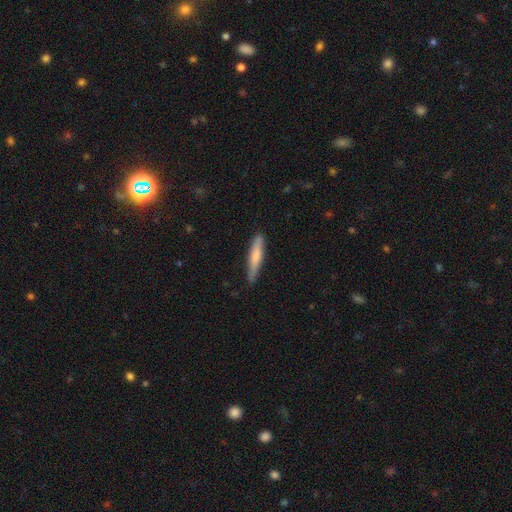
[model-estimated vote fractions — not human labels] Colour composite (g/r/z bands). It shows a smooth galaxy with no disk features (70%) that is cigar-shaped (89%). Merging: none (80%).